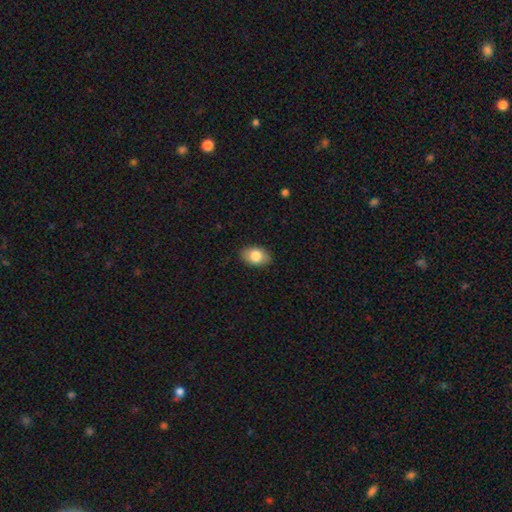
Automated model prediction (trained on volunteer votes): smooth_or_featured: smooth (p=0.82) [alt: featured or disk p=0.10]
how_rounded: in between (p=0.88) [alt: round p=0.11]
merging: none (p=0.88) [alt: minor disturbance p=0.09]